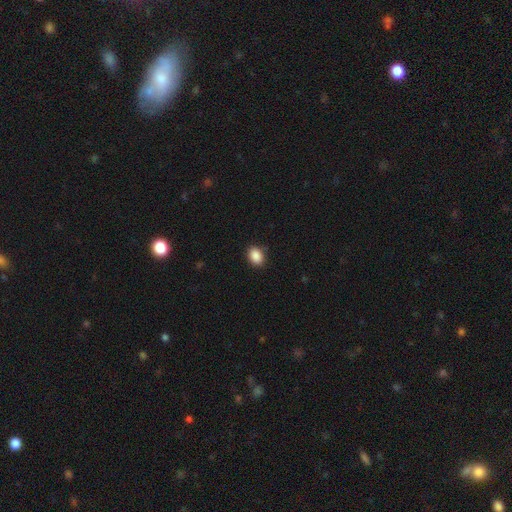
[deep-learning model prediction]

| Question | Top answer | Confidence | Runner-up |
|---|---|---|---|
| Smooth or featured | smooth | 89% | star or artifact (8%) |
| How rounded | in between | 72% | round (26%) |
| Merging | none | 88% | minor disturbance (9%) |